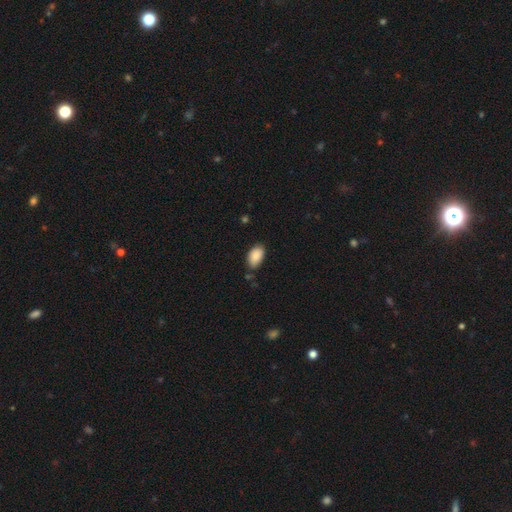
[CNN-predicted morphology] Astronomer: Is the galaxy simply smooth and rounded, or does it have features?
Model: smooth — 88%.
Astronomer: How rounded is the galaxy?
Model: in between — 94%.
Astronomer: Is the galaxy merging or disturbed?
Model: none — 77%.